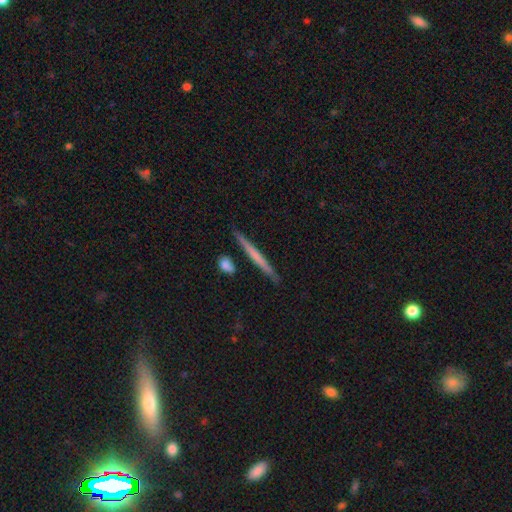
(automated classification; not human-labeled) smooth 51%, featured or disk 43%, star or artifact 6%. Down the decision tree: how rounded — cigar-shaped (96%); merging — none (87%).